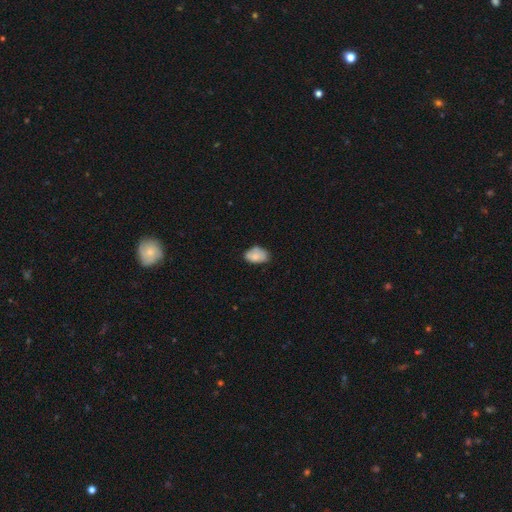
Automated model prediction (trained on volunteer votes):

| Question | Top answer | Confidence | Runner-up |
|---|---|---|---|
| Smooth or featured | smooth | 73% | featured or disk (19%) |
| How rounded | in between | 89% | round (10%) |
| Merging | none | 58% | minor disturbance (31%) |